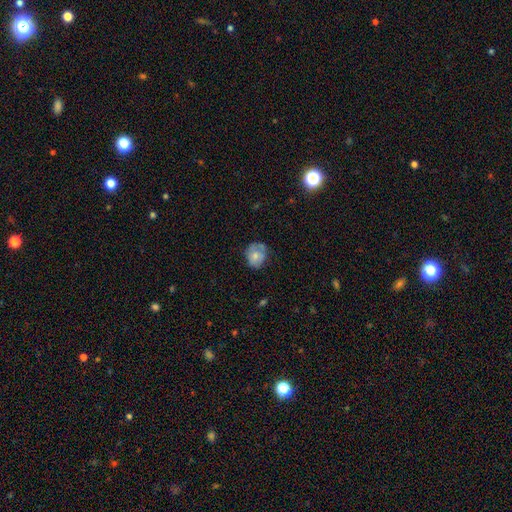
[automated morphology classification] A smooth galaxy with no disk features (64%) that is round (66%).

Vote fractions:
- Smooth or featured? smooth: 64% / featured or disk: 28% / star or artifact: 8%
- How rounded? round: 66% / in between: 33% / cigar-shaped: 1%
- Merging? none: 56% / minor disturbance: 30% / major disturbance: 10% / merger: 4%